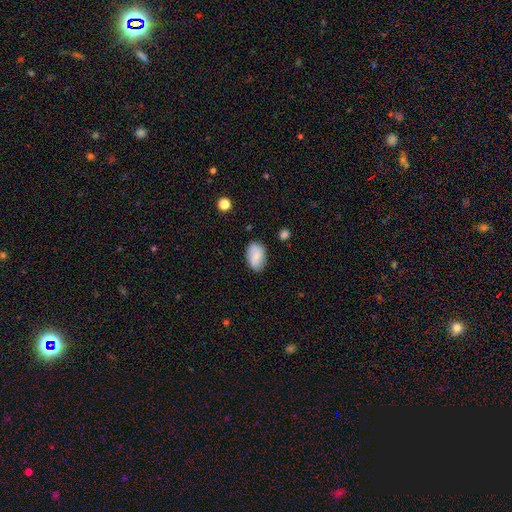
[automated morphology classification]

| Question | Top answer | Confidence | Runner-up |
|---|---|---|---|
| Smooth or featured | smooth | 76% | featured or disk (16%) |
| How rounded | in between | 90% | round (8%) |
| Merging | none | 78% | minor disturbance (16%) |